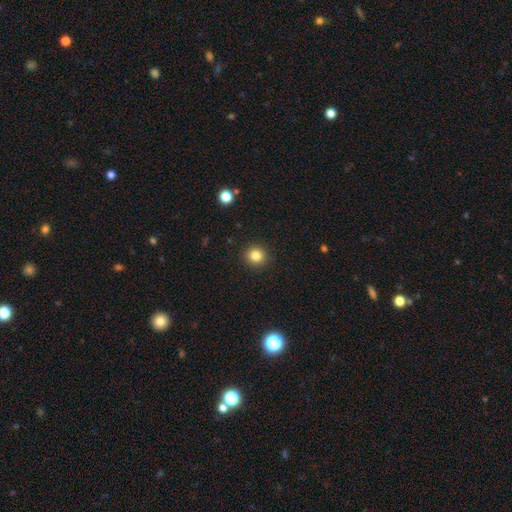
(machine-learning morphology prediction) Smooth or featured?
  - smooth: 83% *
  - star or artifact: 11%
  - featured or disk: 5%
How rounded?
  - round: 92% *
  - in between: 7%
  - cigar-shaped: 1%
Merging?
  - none: 92% *
  - minor disturbance: 5%
  - major disturbance: 2%
  - merger: 1%